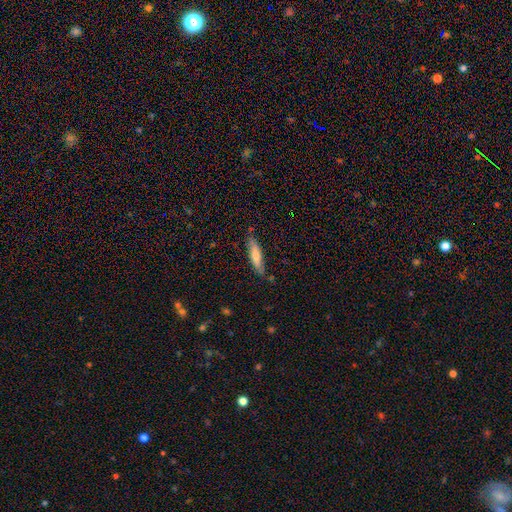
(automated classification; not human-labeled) smooth 68%, featured or disk 26%, star or artifact 6%. Down the decision tree: how rounded — cigar-shaped (76%); merging — none (78%).